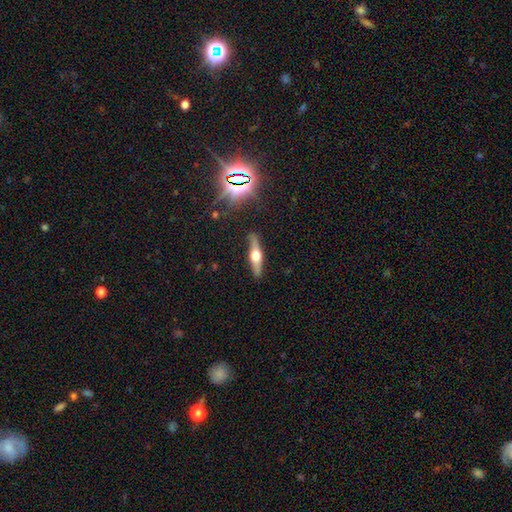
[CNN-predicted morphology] Smooth or featured? Predicted: featured or disk (p=0.63). Edge-on disk? Predicted: yes (p=0.95). Edge-on bulge? Predicted: rounded (p=0.95). Merging? Predicted: none (p=0.87).